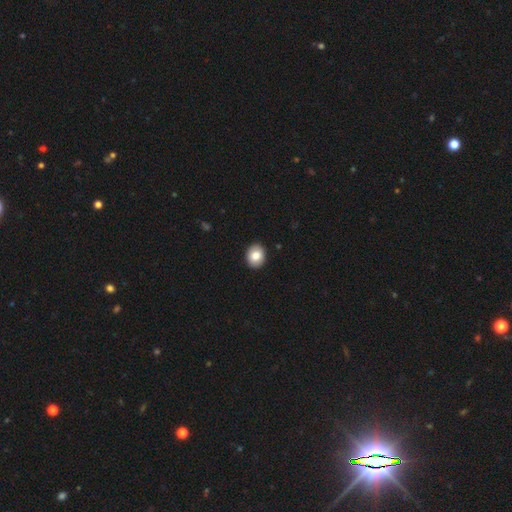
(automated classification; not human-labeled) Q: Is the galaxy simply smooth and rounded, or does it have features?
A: smooth — 83%.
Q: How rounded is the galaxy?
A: round — 55%.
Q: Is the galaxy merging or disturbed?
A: none — 91%.